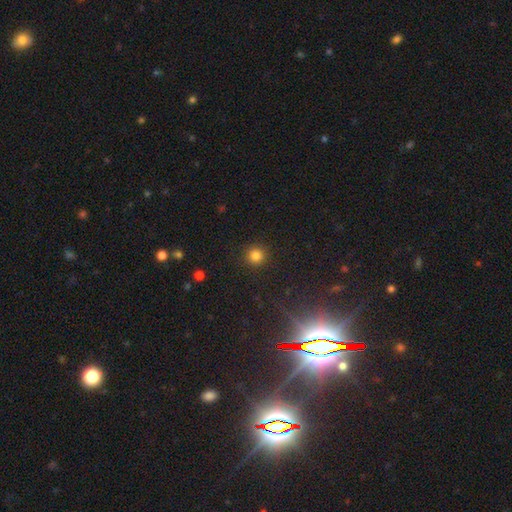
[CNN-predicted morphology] smooth-or-featured: smooth: 82% | star or artifact: 14% | featured or disk: 4%
  how-rounded: round: 94% | in between: 5% | cigar-shaped: 1%
  merging: none: 91% | minor disturbance: 6% | major disturbance: 2% | merger: 1%